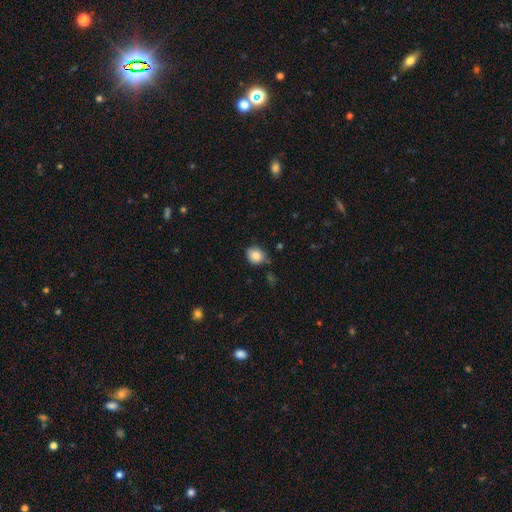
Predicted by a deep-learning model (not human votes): Smooth or featured? smooth (85%)
How rounded? round (66%)
Merging? none (72%)